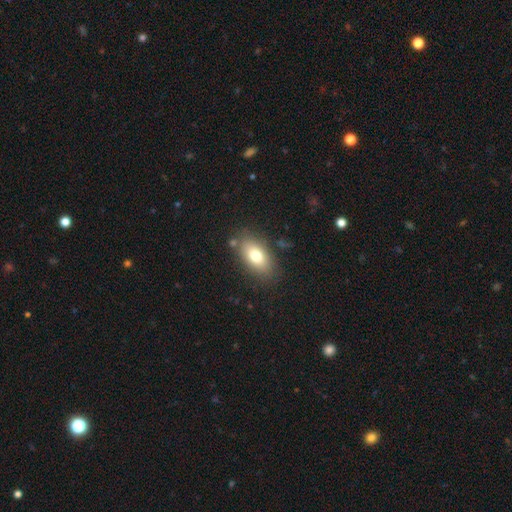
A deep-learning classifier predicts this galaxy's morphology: smooth-or-featured: smooth: 76% | featured or disk: 15% | star or artifact: 9%
  how-rounded: in between: 89% | round: 8% | cigar-shaped: 4%
  merging: none: 80% | minor disturbance: 13% | merger: 4% | major disturbance: 4%